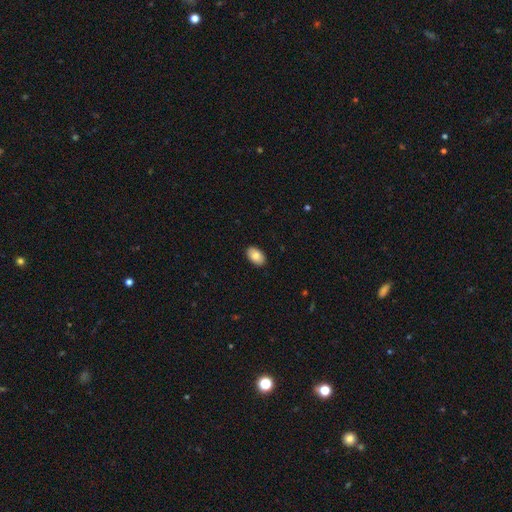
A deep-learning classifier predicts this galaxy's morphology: The model was most divided on "smooth or featured": smooth: 84%, featured or disk: 10%, star or artifact: 7%. More confident: how rounded — in between (93%); merging — none (90%).